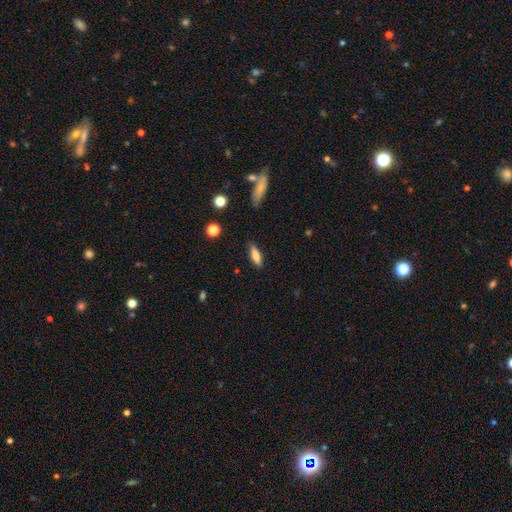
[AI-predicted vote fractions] smooth_or_featured: smooth (p=0.72) [alt: featured or disk p=0.21]
how_rounded: cigar-shaped (p=0.53) [alt: in between p=0.45]
merging: none (p=0.82) [alt: minor disturbance p=0.13]